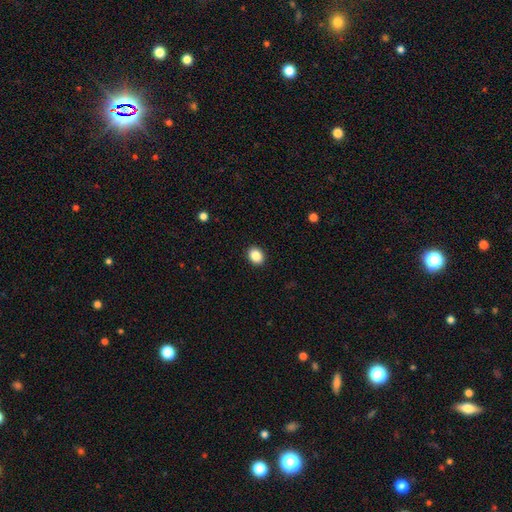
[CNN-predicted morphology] type=smooth (87%); roundness=in between (58%); merging=none (92%).